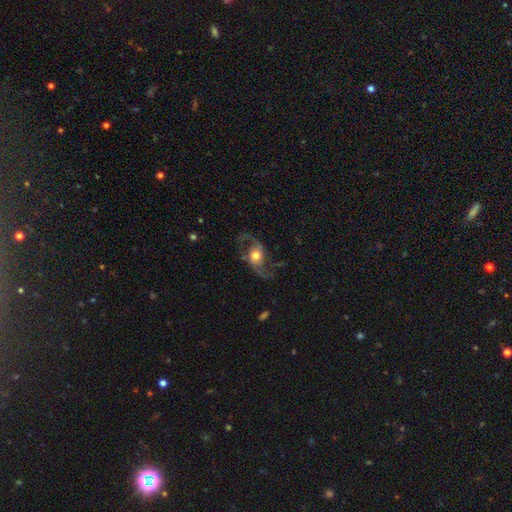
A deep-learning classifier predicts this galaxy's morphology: This is clearly a featured or disk galaxy (82%). It is clearly not viewed edge-on (96%). Bar: likely no (64%). Spiral arm pattern: clearly yes (93%). Spiral arm count: clearly 2 (92%). Spiral winding: likely loose (66%). Central bulge: likely moderate (62%). Merging: likely none (64%).